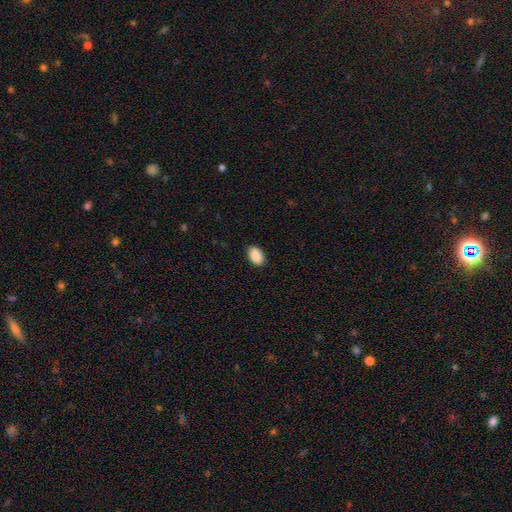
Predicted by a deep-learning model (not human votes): The model was most divided on "merging": none: 87%, minor disturbance: 10%, major disturbance: 2%, merger: 1%. More confident: how rounded — in between (91%); smooth or featured — smooth (90%).